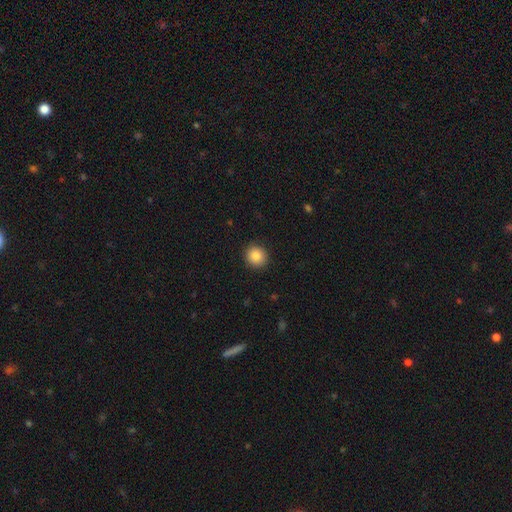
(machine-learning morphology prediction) smooth_or_featured: smooth (p=0.86) [alt: star or artifact p=0.09]
how_rounded: round (p=0.89) [alt: in between p=0.10]
merging: none (p=0.91) [alt: minor disturbance p=0.06]